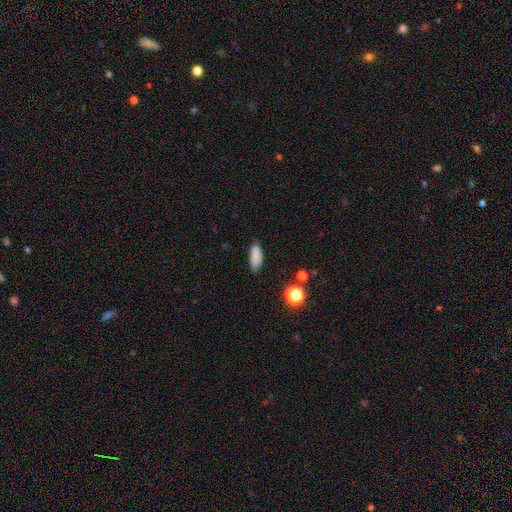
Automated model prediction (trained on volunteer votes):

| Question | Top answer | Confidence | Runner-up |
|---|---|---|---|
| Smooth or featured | smooth | 85% | star or artifact (10%) |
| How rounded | in between | 77% | cigar-shaped (20%) |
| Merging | none | 79% | minor disturbance (17%) |